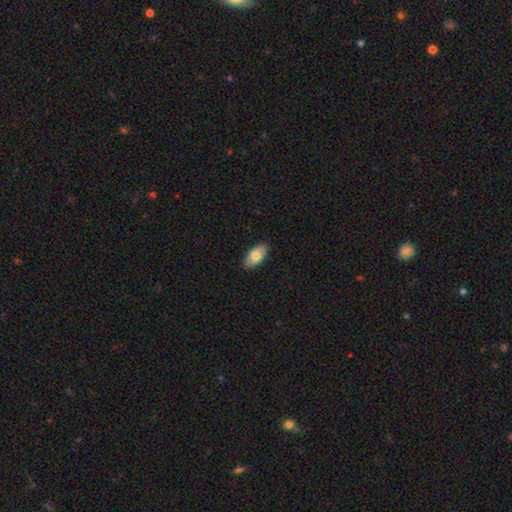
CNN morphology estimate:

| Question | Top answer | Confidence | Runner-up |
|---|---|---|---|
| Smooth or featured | smooth | 79% | featured or disk (15%) |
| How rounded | in between | 93% | cigar-shaped (4%) |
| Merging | none | 89% | minor disturbance (9%) |